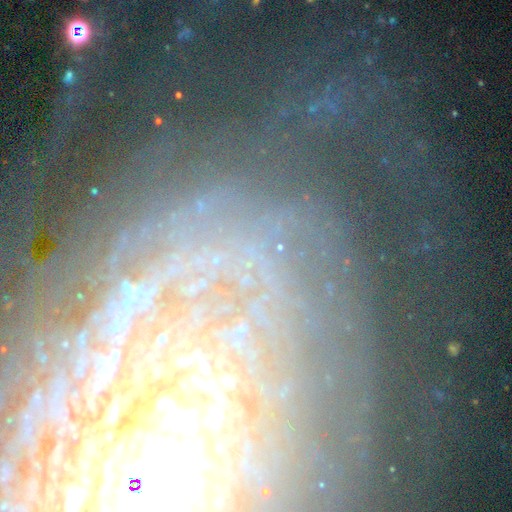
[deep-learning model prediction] Morphology: type=featured or disk (45%); merging=none (67%).